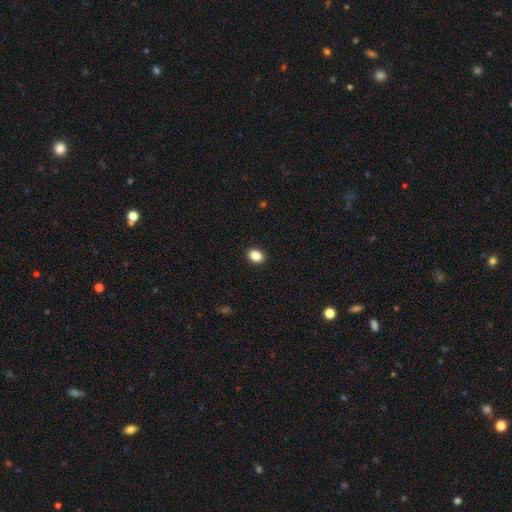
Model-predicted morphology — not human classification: type=smooth (87%); roundness=in between (65%); merging=none (91%).